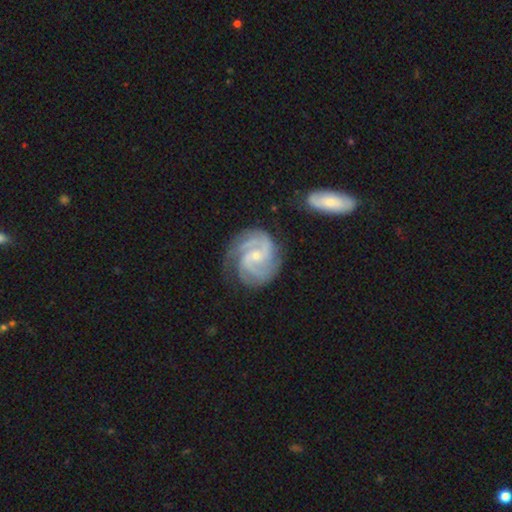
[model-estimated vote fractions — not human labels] Morphology: type=featured or disk (90%); edge-on=no (98%); bar=no (54%); spiral arms=yes (98%); winding=tight (55%); arm count=3 (45%); bulge=small (70%); merging=none (71%).